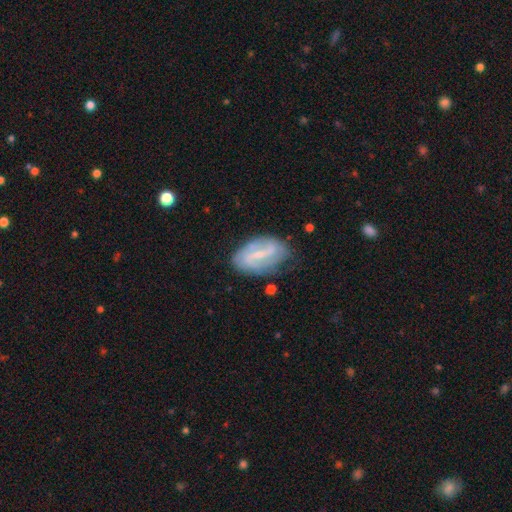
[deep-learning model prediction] Smooth or featured? featured or disk (73%)
Edge-on disk? no (96%)
Bar? weak (44%)
Spiral arms? yes (81%)
Spiral winding? medium (38%)
Spiral arm count? 2 (71%)
Bulge size? small (64%)
Merging? none (67%)